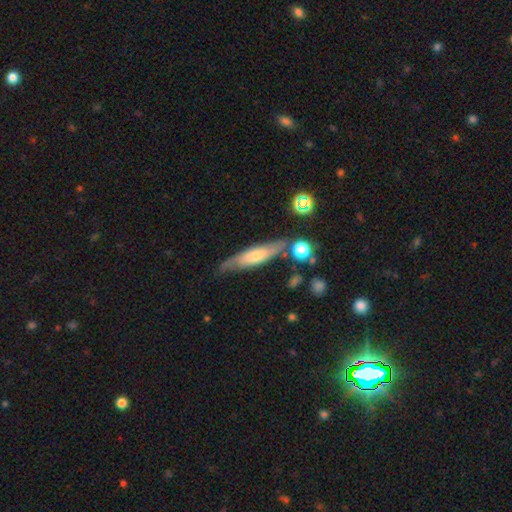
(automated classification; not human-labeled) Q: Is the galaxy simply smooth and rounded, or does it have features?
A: smooth — 47%.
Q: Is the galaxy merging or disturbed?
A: none — 71%.